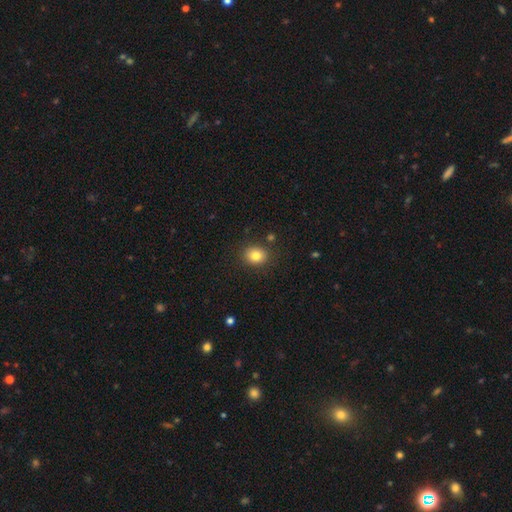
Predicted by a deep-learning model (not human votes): smooth_or_featured: smooth (p=0.83) [alt: star or artifact p=0.10]
how_rounded: round (p=0.60) [alt: in between p=0.39]
merging: none (p=0.87) [alt: minor disturbance p=0.09]